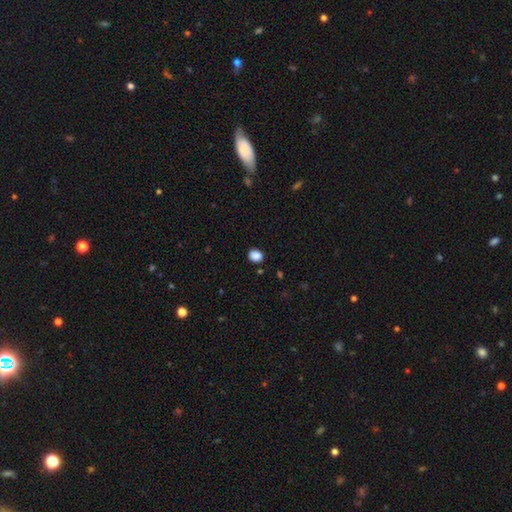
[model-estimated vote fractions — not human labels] A smooth galaxy with no disk features (88%) that is round (51%). Merging: none (87%).